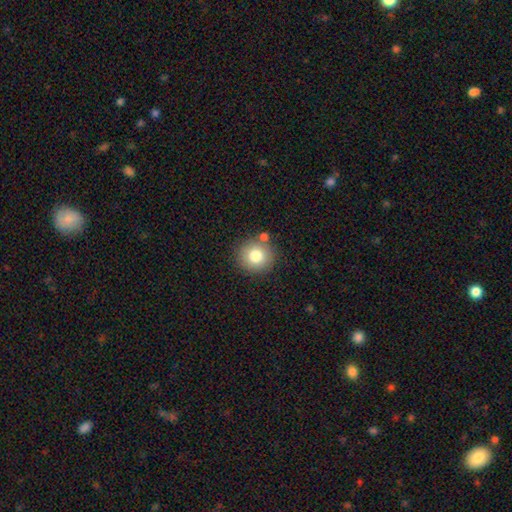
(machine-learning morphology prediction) A smooth galaxy with no disk features (79%) that is round (92%). Merging: none (81%).